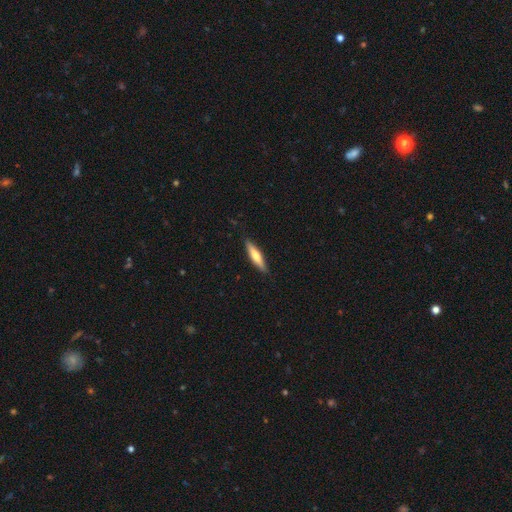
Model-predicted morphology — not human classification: smooth 58%, featured or disk 36%, star or artifact 5%. Down the decision tree: how rounded — cigar-shaped (80%); merging — none (88%).